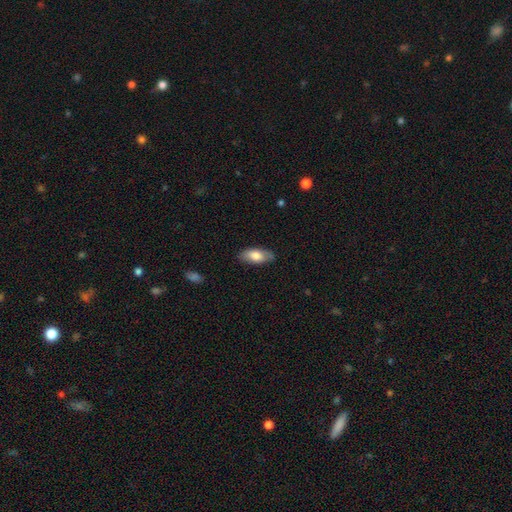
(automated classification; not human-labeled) smooth_or_featured: smooth (p=0.76) [alt: featured or disk p=0.18]
how_rounded: in between (p=0.86) [alt: cigar-shaped p=0.12]
merging: none (p=0.83) [alt: minor disturbance p=0.13]